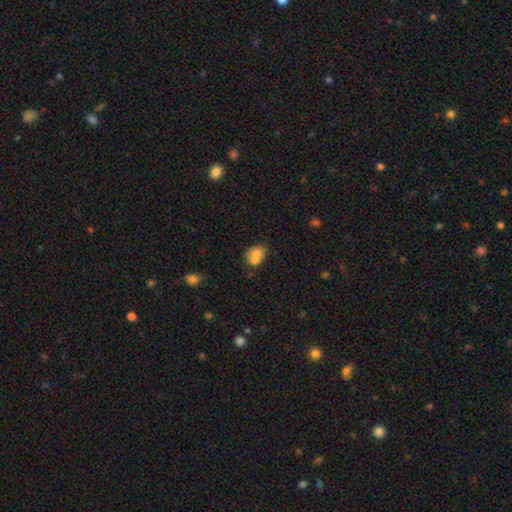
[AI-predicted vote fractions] smooth-or-featured: smooth: 73% | featured or disk: 17% | star or artifact: 10%
  how-rounded: in between: 56% | round: 43% | cigar-shaped: 1%
  merging: merger: 51% | none: 31% | minor disturbance: 13% | major disturbance: 5%